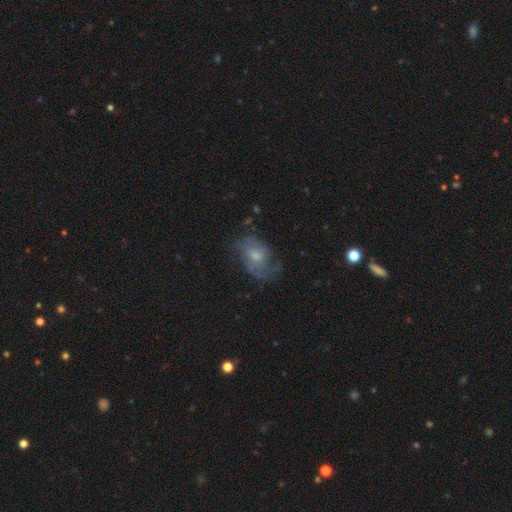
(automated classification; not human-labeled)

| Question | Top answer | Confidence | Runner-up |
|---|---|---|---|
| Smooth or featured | featured or disk | 62% | smooth (29%) |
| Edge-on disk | no | 96% | yes (4%) |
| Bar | no | 57% | weak (38%) |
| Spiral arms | yes | 80% | no (20%) |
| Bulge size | moderate | 43% | small (42%) |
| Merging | none | 53% | minor disturbance (24%) |